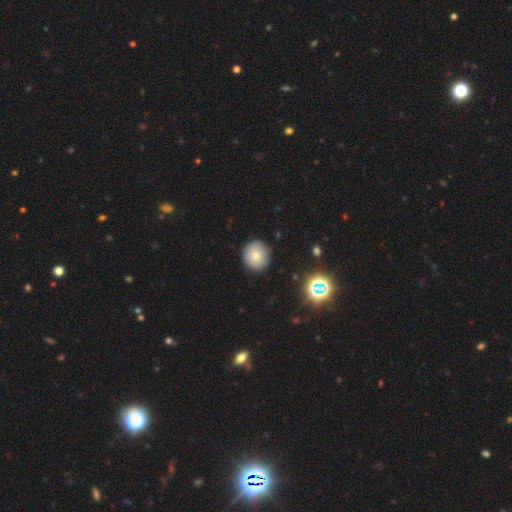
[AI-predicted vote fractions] This is likely a smooth galaxy (76%). How rounded: clearly round (89%). Merging: clearly none (89%).